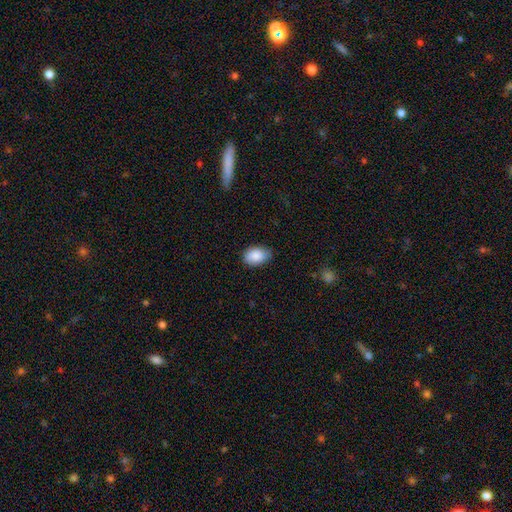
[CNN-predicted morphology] Smooth or featured: smooth — 88% (star or artifact — 7%)
How rounded: in between — 86% (round — 13%)
Merging: none — 78% (minor disturbance — 18%)